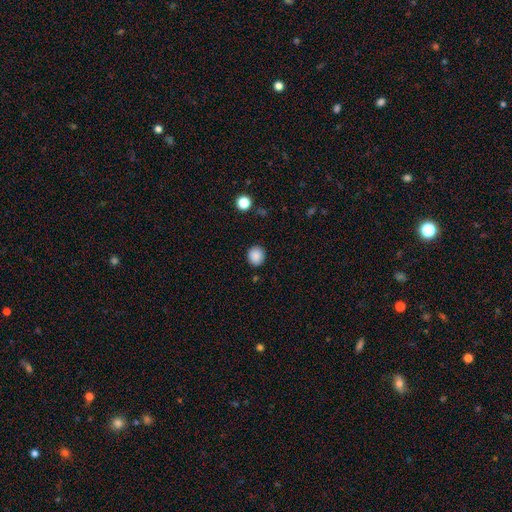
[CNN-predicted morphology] Smooth or featured? Predicted: smooth (p=0.88). How rounded? Predicted: round (p=0.81). Merging? Predicted: none (p=0.88).